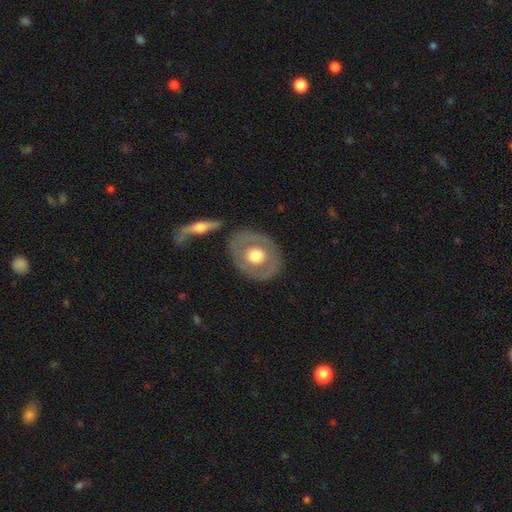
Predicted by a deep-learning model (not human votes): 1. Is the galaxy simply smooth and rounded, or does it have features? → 54% featured or disk, 41% smooth, 5% star or artifact.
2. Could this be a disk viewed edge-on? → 92% no, 8% yes.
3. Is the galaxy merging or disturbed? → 79% none, 13% minor disturbance, 5% major disturbance, 4% merger.